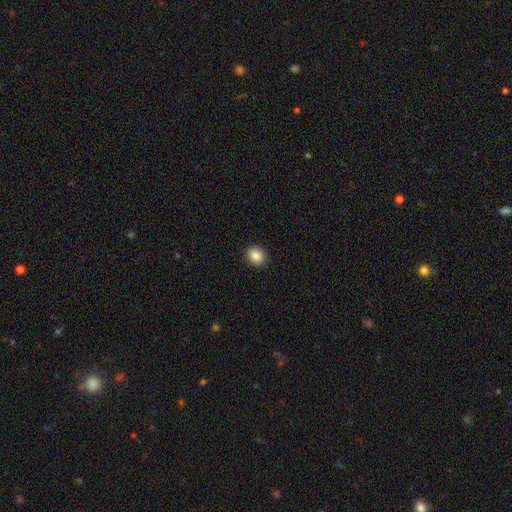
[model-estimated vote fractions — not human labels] A smooth galaxy with no disk features (87%) that is round (60%). Merging: none (91%).